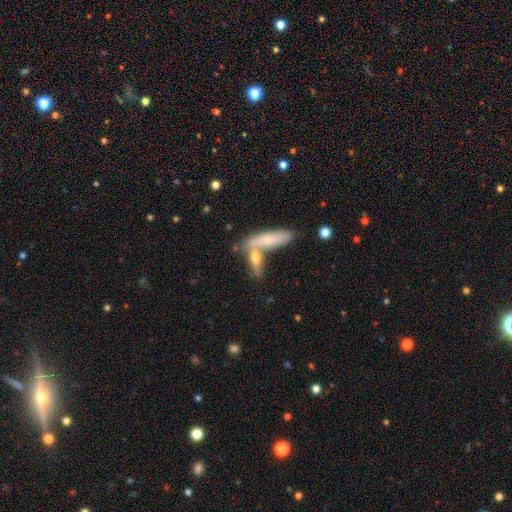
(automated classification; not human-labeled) smooth 61%, featured or disk 30%, star or artifact 9%. Down the decision tree: how rounded — cigar-shaped (69%); merging — none (49%).